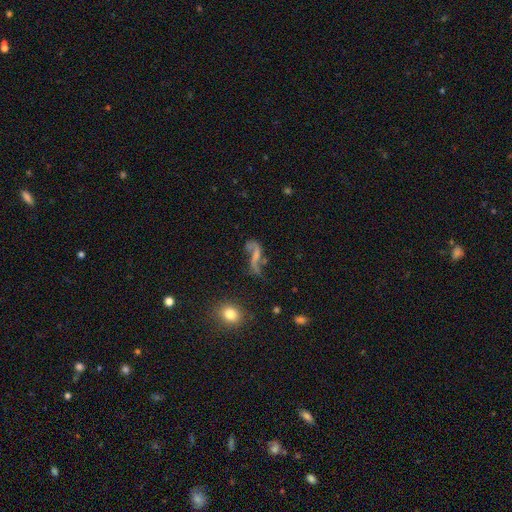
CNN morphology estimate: Smooth or featured?
  - featured or disk: 68% *
  - smooth: 20%
  - star or artifact: 12%
Edge-on disk?
  - no: 94% *
  - yes: 6%
Bar?
  - no: 45% *
  - weak: 31%
  - strong: 25%
Spiral arms?
  - yes: 79% *
  - no: 21%
Spiral winding?
  - loose: 90% *
  - medium: 7%
  - tight: 3%
Spiral arm count?
  - 2: 84% *
  - 1: 10%
  - can't tell: 3%
  - 3: 1%
  - 4: 1%
  - more than 4: 1%
Bulge size?
  - none: 60% *
  - small: 25%
  - moderate: 10%
  - large: 3%
  - dominant: 2%
Merging?
  - none: 44% *
  - major disturbance: 28%
  - minor disturbance: 18%
  - merger: 11%